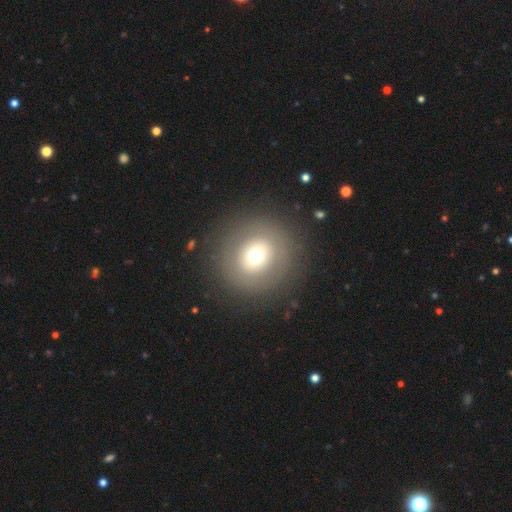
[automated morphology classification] Smooth or featured? Predicted: smooth (p=0.62). How rounded? Predicted: round (p=0.94). Merging? Predicted: none (p=0.86).